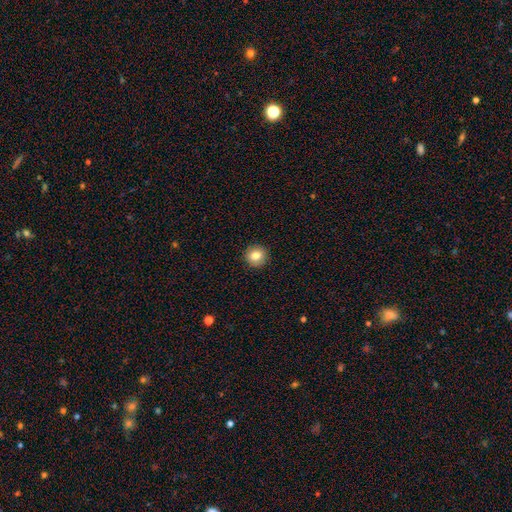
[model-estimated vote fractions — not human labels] Smooth or featured: smooth — 82% (star or artifact — 10%)
How rounded: round — 93% (in between — 6%)
Merging: none — 93% (minor disturbance — 5%)